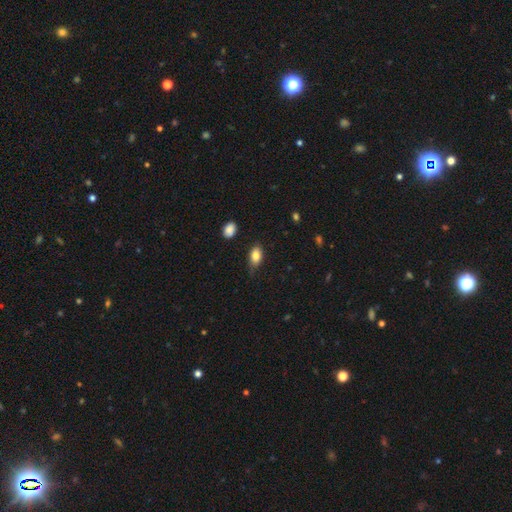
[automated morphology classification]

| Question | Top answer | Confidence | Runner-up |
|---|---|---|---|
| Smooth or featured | smooth | 82% | featured or disk (10%) |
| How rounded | in between | 89% | round (8%) |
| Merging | none | 71% | minor disturbance (23%) |